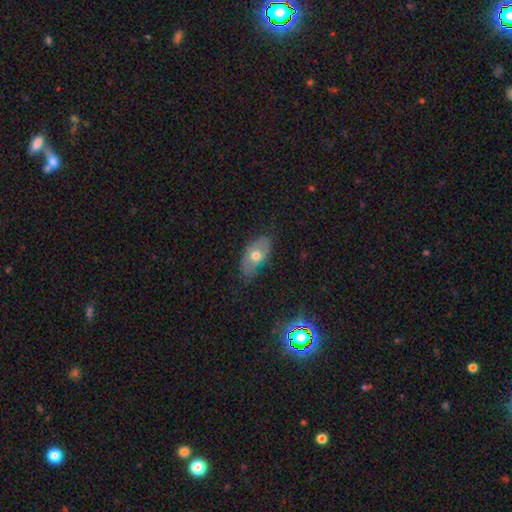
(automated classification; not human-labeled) This appears to be a smooth galaxy with no disk features (52%) that is in between round and cigar-shaped (88%). Merging: none (70%).